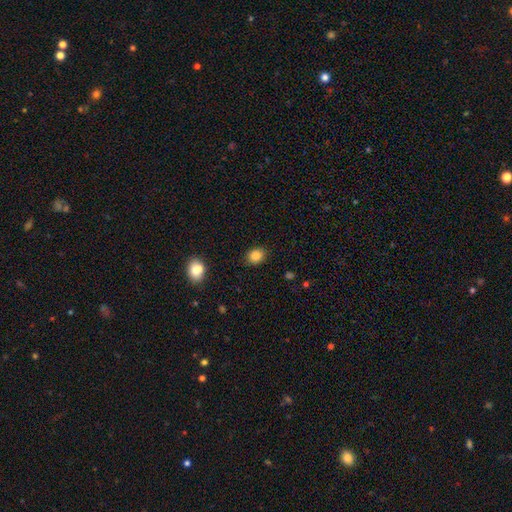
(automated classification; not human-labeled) This appears to be a smooth galaxy with no disk features (85%) that is round (59%). Merging: none (87%).